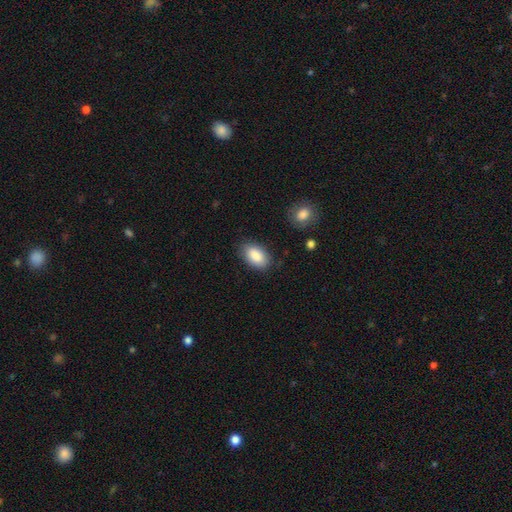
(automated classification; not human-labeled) This appears to be a smooth galaxy with no disk features (88%) that is in between round and cigar-shaped (93%). Merging: none (83%).